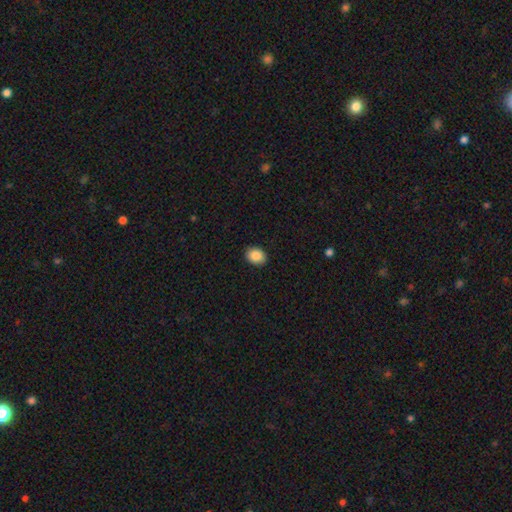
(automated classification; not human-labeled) A smooth galaxy with no disk features (88%) that is in between round and cigar-shaped (60%). Merging: none (90%).